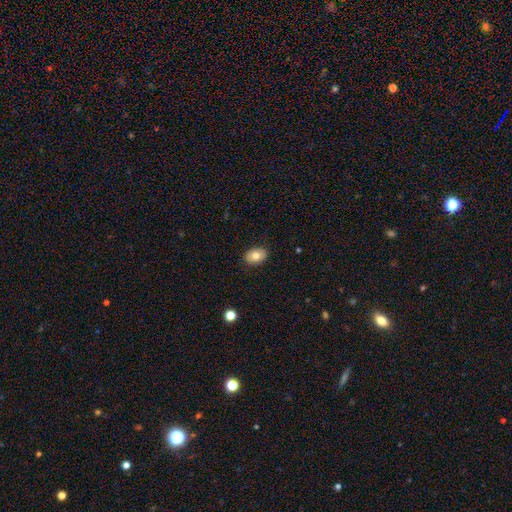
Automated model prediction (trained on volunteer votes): Smooth or featured: smooth — 78% (featured or disk — 14%)
How rounded: in between — 80% (round — 19%)
Merging: none — 87% (minor disturbance — 10%)